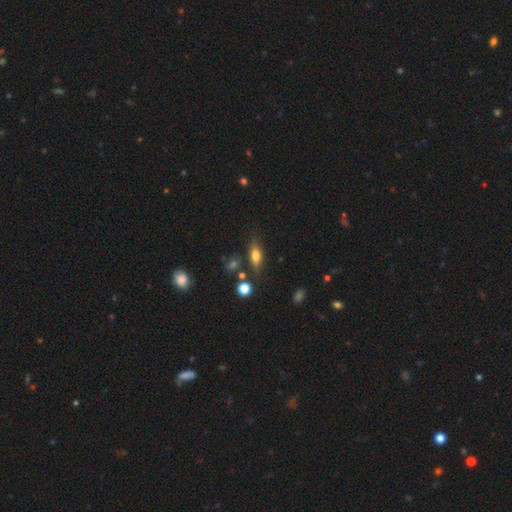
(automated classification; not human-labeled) smooth 65%, featured or disk 25%, star or artifact 10%. Down the decision tree: how rounded — in between (65%); merging — none (73%).